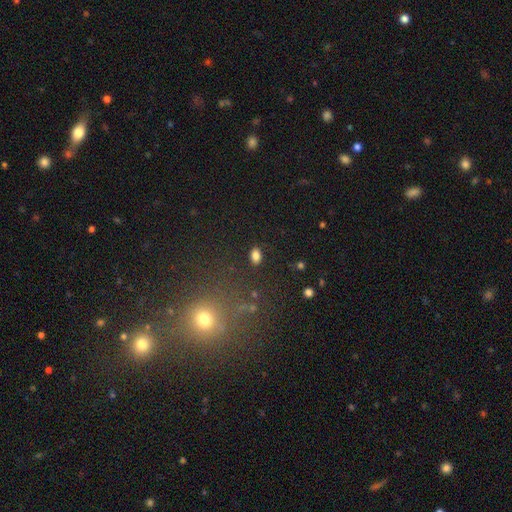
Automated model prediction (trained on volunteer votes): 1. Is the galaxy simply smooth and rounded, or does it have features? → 82% smooth, 12% star or artifact, 6% featured or disk.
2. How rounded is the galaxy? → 87% in between, 11% round, 2% cigar-shaped.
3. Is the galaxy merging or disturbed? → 87% none, 9% minor disturbance, 3% major disturbance, 2% merger.